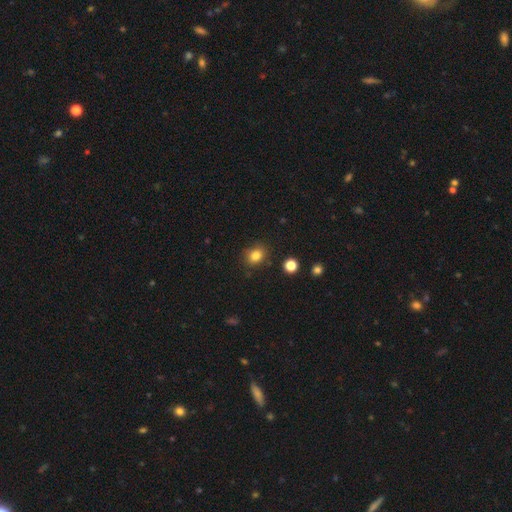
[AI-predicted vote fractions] Smooth or featured?
  - smooth: 83% *
  - star or artifact: 12%
  - featured or disk: 5%
How rounded?
  - round: 56% *
  - in between: 43%
  - cigar-shaped: 1%
Merging?
  - none: 81% *
  - minor disturbance: 13%
  - major disturbance: 3%
  - merger: 3%